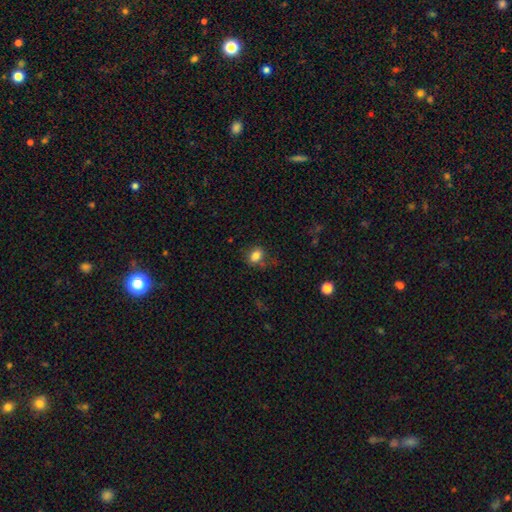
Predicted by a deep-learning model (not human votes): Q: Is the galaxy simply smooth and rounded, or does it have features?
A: smooth — 83%.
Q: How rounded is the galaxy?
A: in between — 64%.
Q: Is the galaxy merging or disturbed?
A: none — 69%.